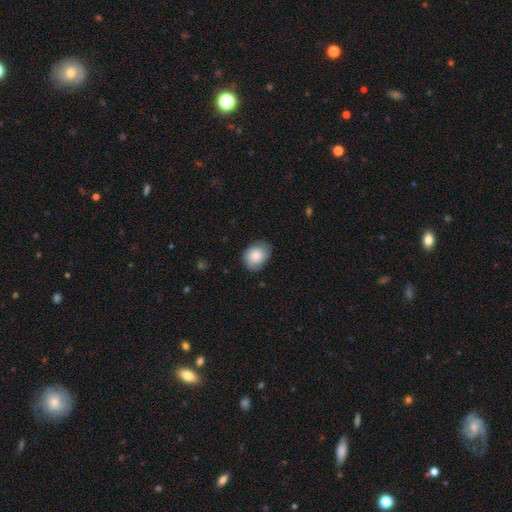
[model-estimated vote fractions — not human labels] Smooth or featured? Predicted: smooth (p=0.79). How rounded? Predicted: in between (p=0.59). Merging? Predicted: none (p=0.70).